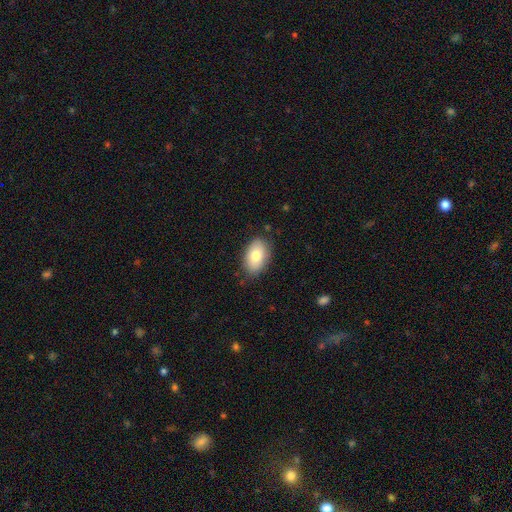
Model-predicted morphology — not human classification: Smooth or featured: smooth — 77% (featured or disk — 16%)
How rounded: in between — 90% (round — 9%)
Merging: none — 82% (minor disturbance — 14%)